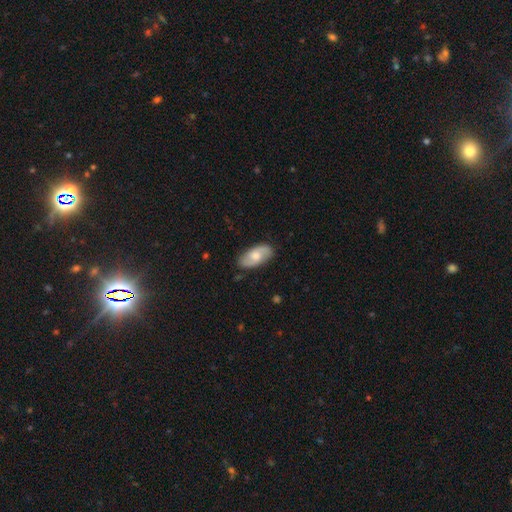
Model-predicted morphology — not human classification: smooth 50%, featured or disk 44%, star or artifact 6%. Down the decision tree: how rounded — in between (93%); merging — none (84%).